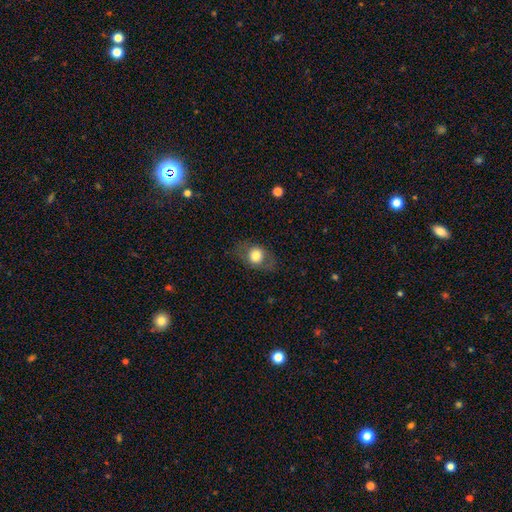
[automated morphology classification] Smooth or featured: smooth — 68% (featured or disk — 23%)
How rounded: in between — 52% (round — 46%)
Merging: none — 76% (minor disturbance — 15%)